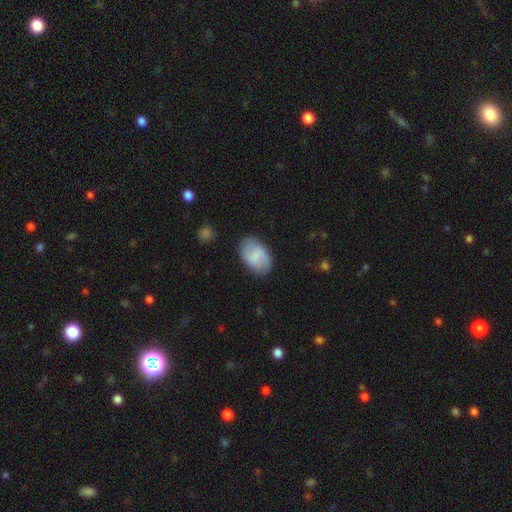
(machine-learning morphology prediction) Smooth or featured: smooth — 51% (featured or disk — 43%)
How rounded: in between — 89% (round — 9%)
Merging: none — 81% (minor disturbance — 14%)